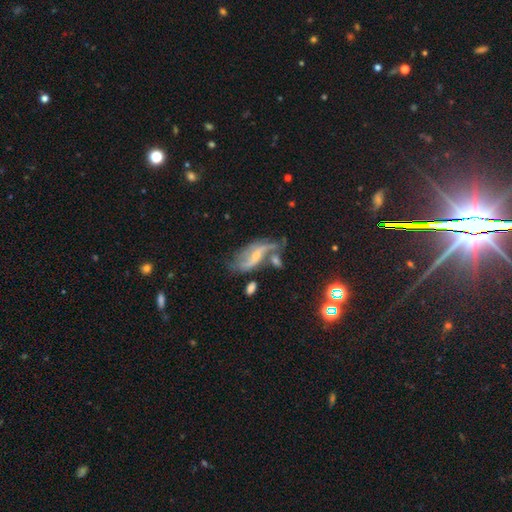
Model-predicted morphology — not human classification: featured or disk 75%, smooth 16%, star or artifact 9%. Down the decision tree: edge-on disk — no (90%); bar — weak (37%); spiral arms — yes (87%); spiral arm count — 2 (80%); spiral winding — loose (66%); bulge size — small (61%); merging — none (38%).